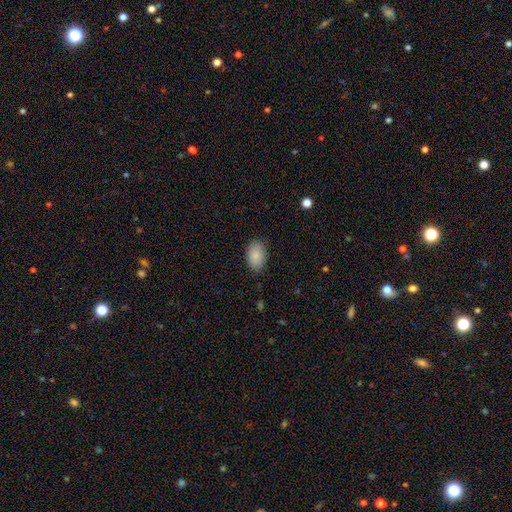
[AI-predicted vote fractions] Smooth or featured?
  - smooth: 87% *
  - star or artifact: 7%
  - featured or disk: 6%
How rounded?
  - in between: 91% *
  - round: 7%
  - cigar-shaped: 1%
Merging?
  - none: 84% *
  - minor disturbance: 12%
  - major disturbance: 3%
  - merger: 1%